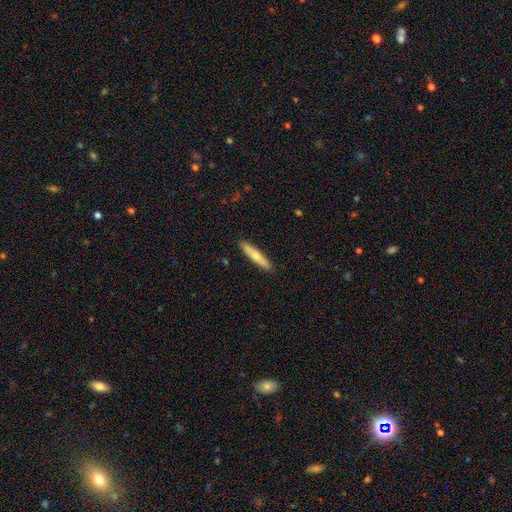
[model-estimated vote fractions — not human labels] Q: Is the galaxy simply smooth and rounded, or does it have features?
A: smooth — 62%.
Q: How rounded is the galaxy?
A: cigar-shaped — 87%.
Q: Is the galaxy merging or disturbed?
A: none — 90%.